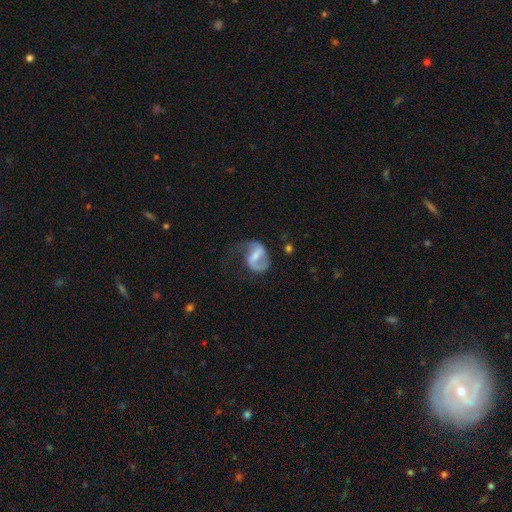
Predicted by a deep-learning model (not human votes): Overall: featured or disk (77%). Edge-on disk: no (97%). Bar: strong (48%; weak 39%). Spiral arms: yes (88%). Spiral arm count: 2 (73%). Spiral winding: loose (46%; medium 41%). Bulge size: small (47%; moderate 32%). Merging: none (47%; major disturbance 27%).